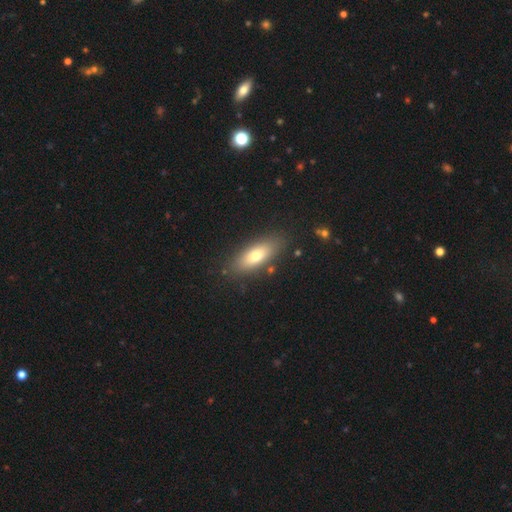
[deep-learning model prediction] smooth_or_featured: smooth (p=0.69) [alt: featured or disk p=0.23]
how_rounded: in between (p=0.72) [alt: cigar-shaped p=0.25]
merging: none (p=0.84) [alt: minor disturbance p=0.11]